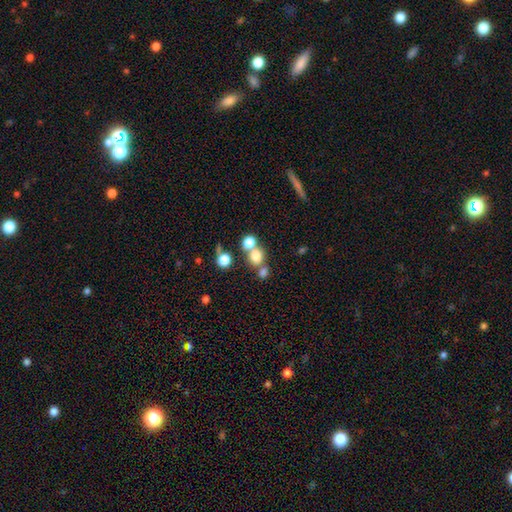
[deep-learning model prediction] Overall: smooth (73%). How rounded: round (76%). Merging: none (48%; merger 39%).